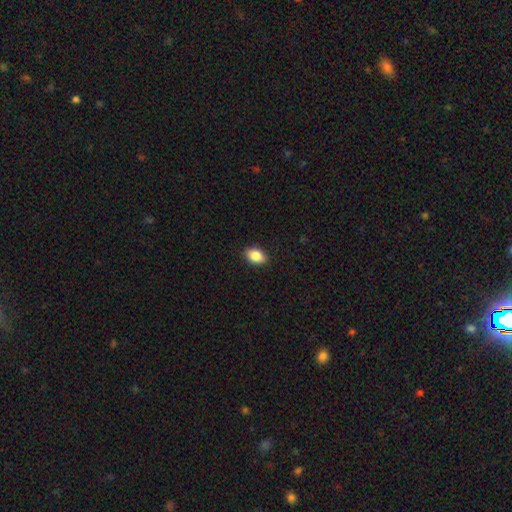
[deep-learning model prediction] Q: Smooth or featured?
A: smooth (87%); runner-up: star or artifact (8%)
Q: How rounded?
A: in between (82%); runner-up: round (17%)
Q: Merging?
A: none (89%); runner-up: minor disturbance (8%)